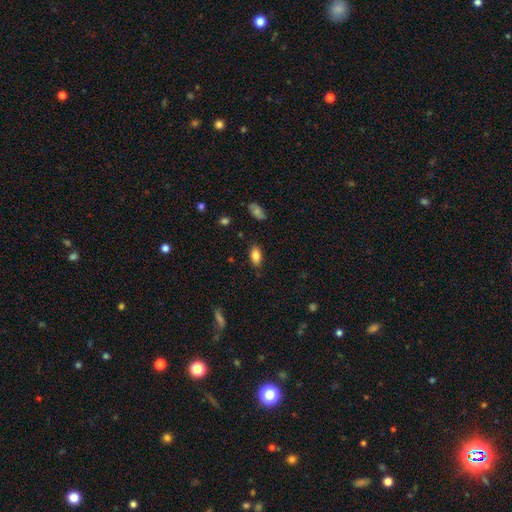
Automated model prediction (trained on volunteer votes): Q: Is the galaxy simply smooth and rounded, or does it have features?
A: smooth — 83%.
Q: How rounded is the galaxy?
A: in between — 90%.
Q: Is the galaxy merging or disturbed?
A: none — 83%.